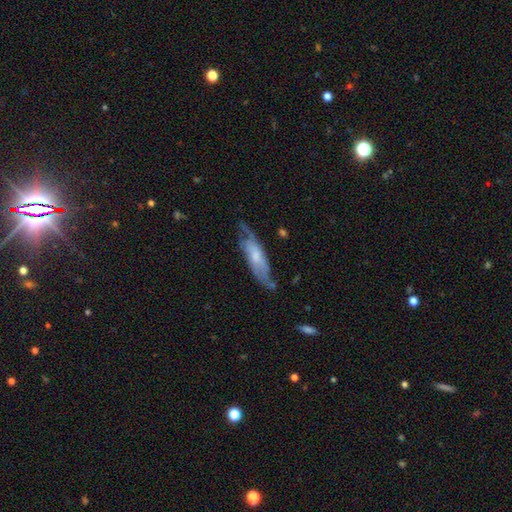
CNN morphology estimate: type=featured or disk (58%); edge-on=no (67%); merging=none (54%).